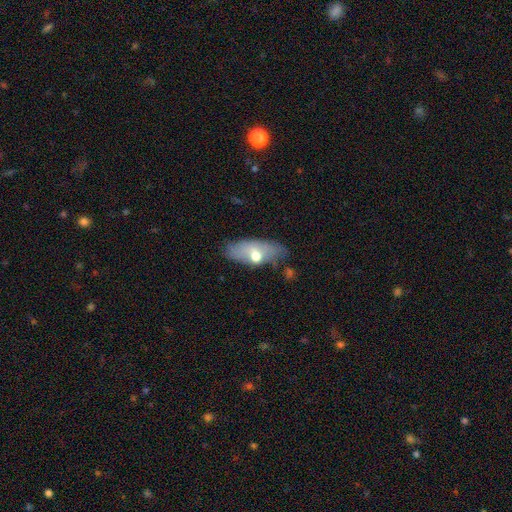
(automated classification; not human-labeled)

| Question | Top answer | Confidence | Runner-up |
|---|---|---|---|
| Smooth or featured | smooth | 56% | featured or disk (35%) |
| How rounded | in between | 83% | cigar-shaped (11%) |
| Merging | none | 60% | minor disturbance (24%) |